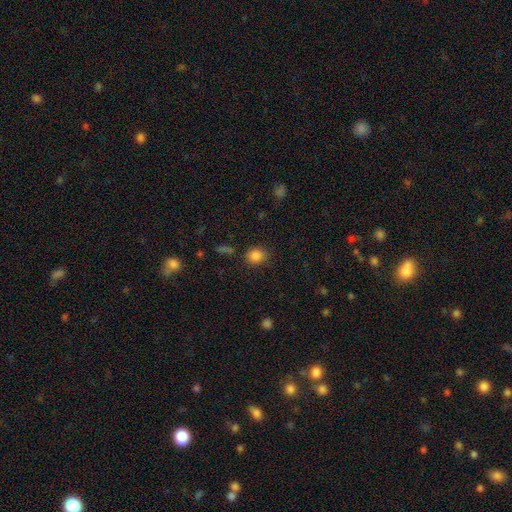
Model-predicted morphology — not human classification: Smooth or featured? smooth (84%)
How rounded? round (72%)
Merging? none (81%)